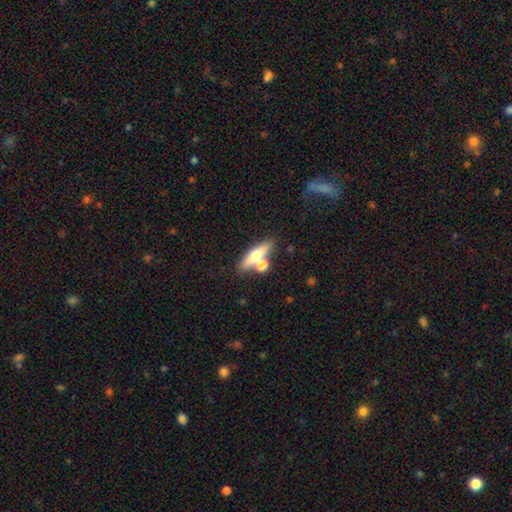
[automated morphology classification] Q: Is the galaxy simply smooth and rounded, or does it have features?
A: smooth — 58%.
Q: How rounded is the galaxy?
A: cigar-shaped — 59%.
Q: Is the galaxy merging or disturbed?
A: none — 61%.